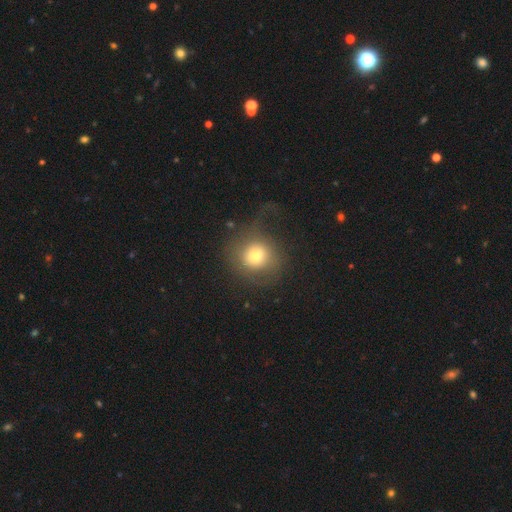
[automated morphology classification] smooth 70%, featured or disk 20%, star or artifact 10%. Down the decision tree: how rounded — round (85%); merging — none (45%).